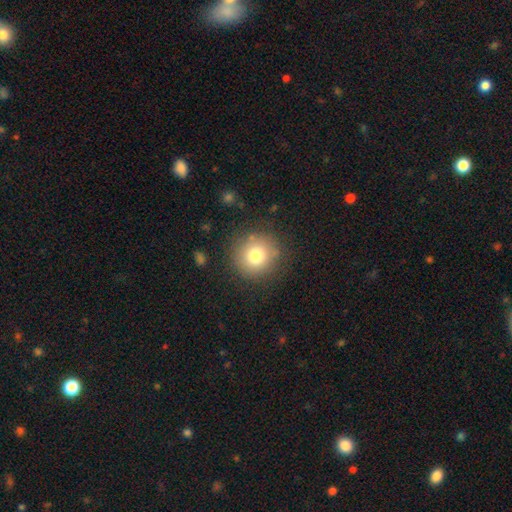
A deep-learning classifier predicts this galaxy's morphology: This is likely a smooth galaxy (77%). How rounded: clearly round (93%). Merging: clearly none (85%).